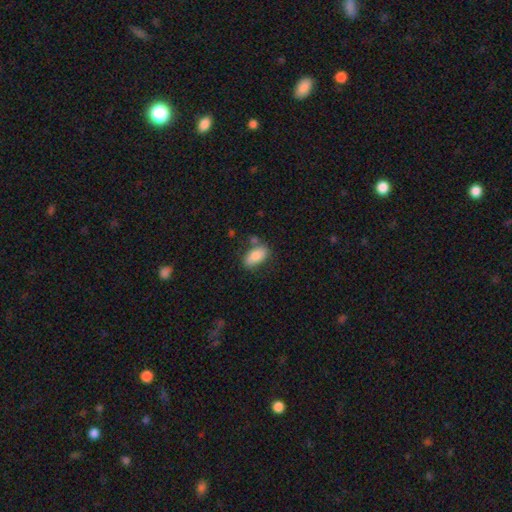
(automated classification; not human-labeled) Smooth or featured? smooth (82%)
How rounded? in between (90%)
Merging? none (64%)